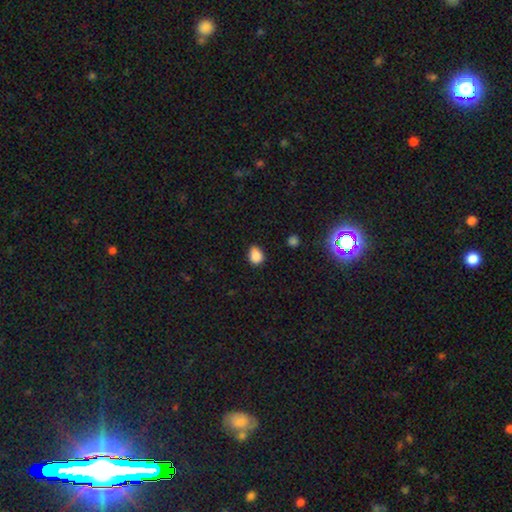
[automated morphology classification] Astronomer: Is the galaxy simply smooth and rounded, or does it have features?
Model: smooth — 86%.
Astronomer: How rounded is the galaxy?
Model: in between — 63%.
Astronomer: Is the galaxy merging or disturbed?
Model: none — 72%.